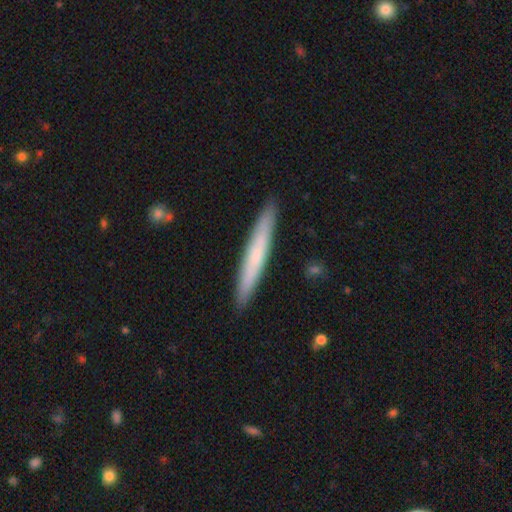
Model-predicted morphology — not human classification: Smooth or featured: smooth — 60% (featured or disk — 35%)
How rounded: cigar-shaped — 96% (in between — 3%)
Merging: none — 91% (minor disturbance — 6%)